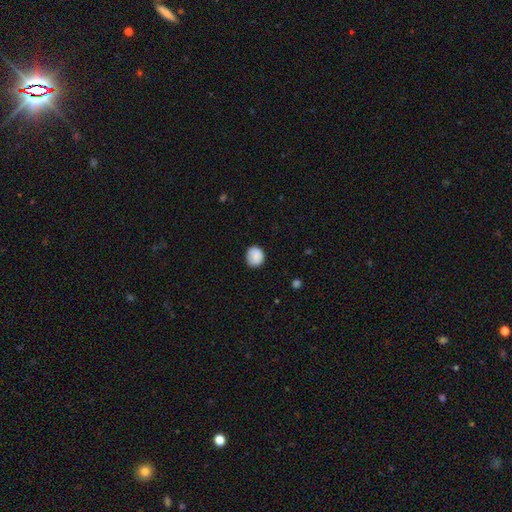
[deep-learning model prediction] This appears to be a smooth galaxy with no disk features (85%) that is round (75%). Merging: none (81%).